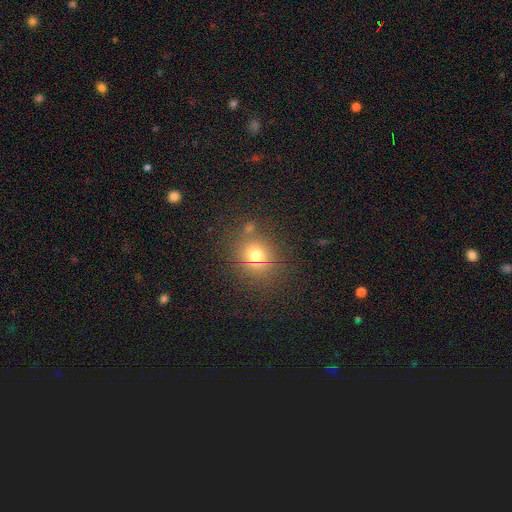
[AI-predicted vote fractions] This appears to be a smooth galaxy with no disk features (69%) that is round (79%). Merging: none (76%).